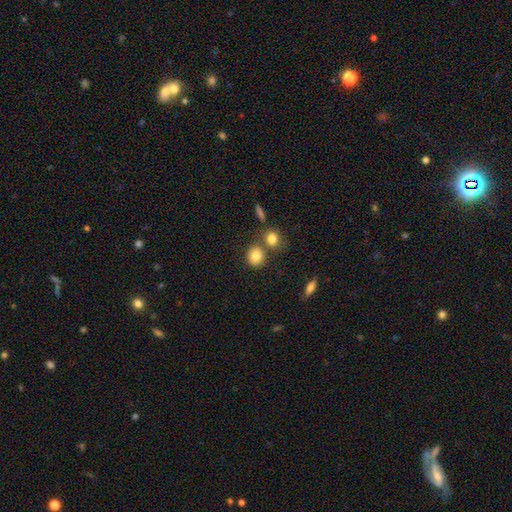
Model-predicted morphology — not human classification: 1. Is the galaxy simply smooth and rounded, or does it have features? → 82% smooth, 10% star or artifact, 8% featured or disk.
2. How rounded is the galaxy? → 73% round, 26% in between, 1% cigar-shaped.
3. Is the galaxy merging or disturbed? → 62% none, 24% merger, 10% minor disturbance, 4% major disturbance.